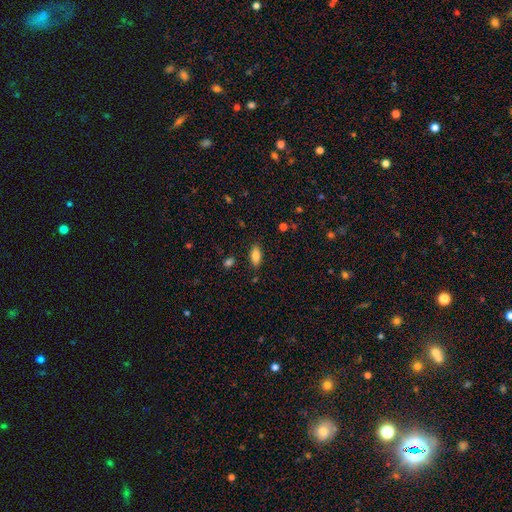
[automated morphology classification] smooth_or_featured: smooth (p=0.81) [alt: featured or disk p=0.11]
how_rounded: in between (p=0.86) [alt: cigar-shaped p=0.11]
merging: none (p=0.85) [alt: minor disturbance p=0.11]